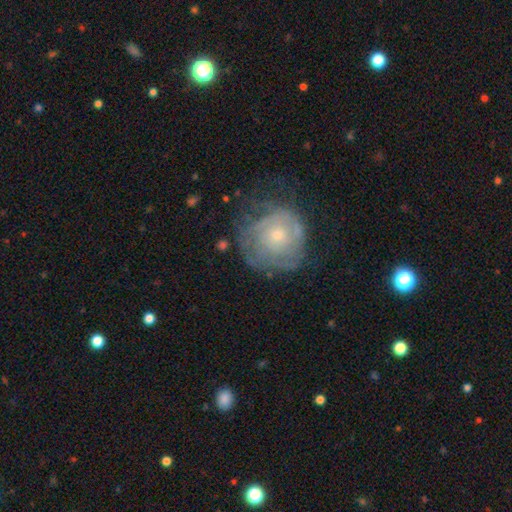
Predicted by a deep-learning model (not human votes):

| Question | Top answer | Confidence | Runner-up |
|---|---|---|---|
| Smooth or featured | featured or disk | 55% | smooth (25%) |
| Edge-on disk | no | 95% | yes (5%) |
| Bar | no | 78% | weak (17%) |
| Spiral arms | yes | 79% | no (21%) |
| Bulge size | small | 59% | moderate (36%) |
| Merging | none | 78% | minor disturbance (14%) |